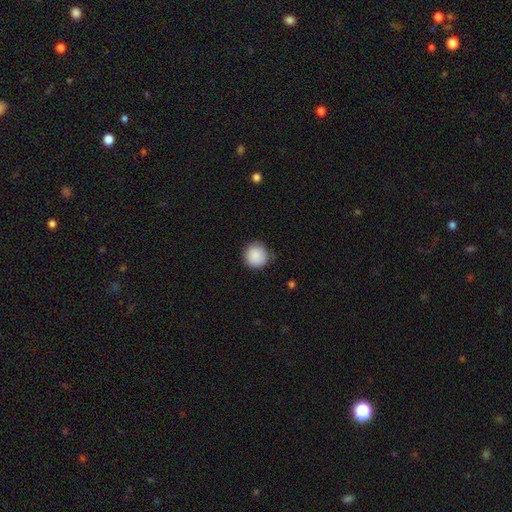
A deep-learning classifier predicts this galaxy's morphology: A smooth galaxy with no disk features (89%) that is round (94%). Merging: none (85%).